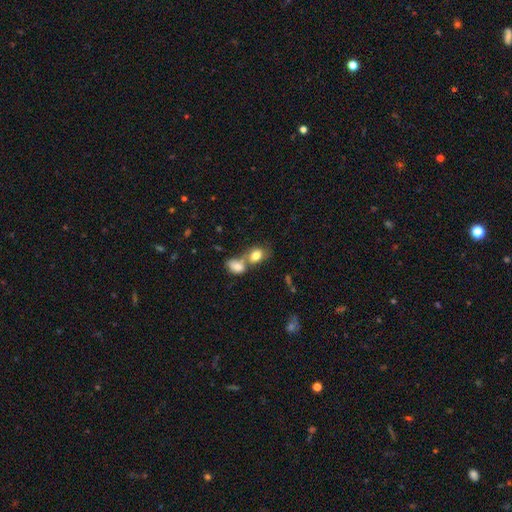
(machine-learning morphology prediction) Smooth or featured? smooth (80%)
How rounded? in between (68%)
Merging? merger (60%)